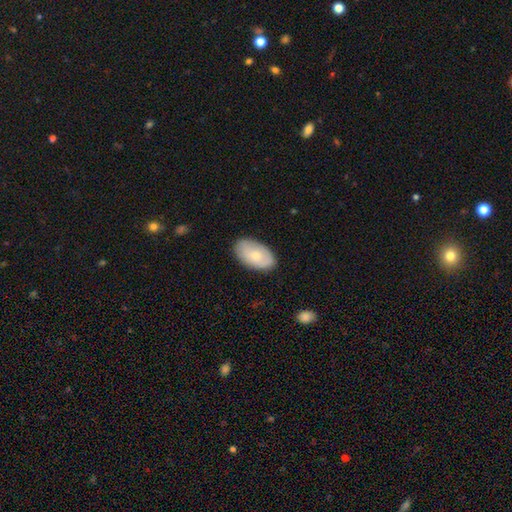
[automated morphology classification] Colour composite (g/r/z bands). It shows a smooth galaxy with no disk features (71%) that is in between round and cigar-shaped (94%). Merging: none (82%).